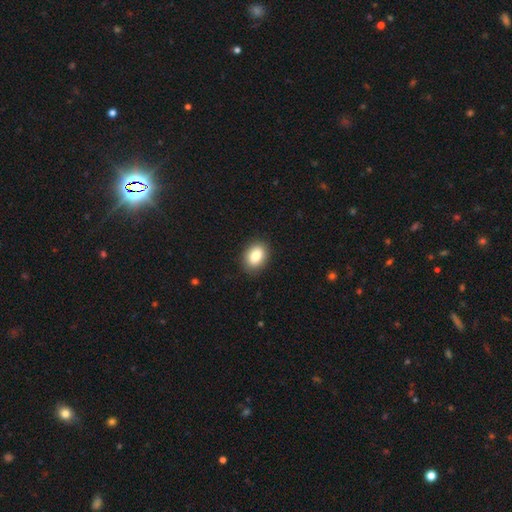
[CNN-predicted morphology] A smooth galaxy with no disk features (85%) that is in between round and cigar-shaped (81%).

Vote fractions:
- Smooth or featured? smooth: 85% / star or artifact: 8% / featured or disk: 7%
- How rounded? in between: 81% / round: 18% / cigar-shaped: 1%
- Merging? none: 88% / minor disturbance: 9% / major disturbance: 2% / merger: 1%